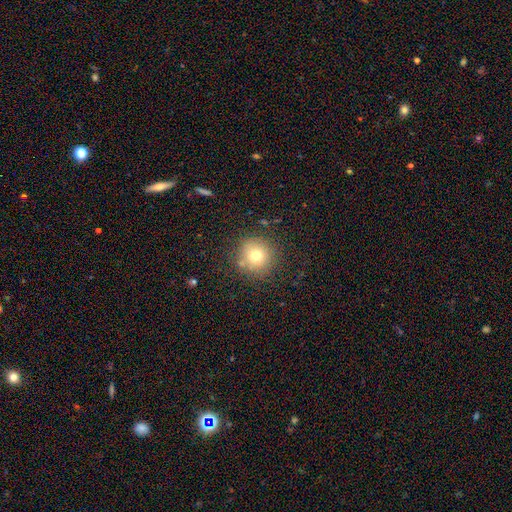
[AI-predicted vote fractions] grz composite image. It shows a smooth galaxy with no disk features (74%) that is round (94%). Merging: none (82%).